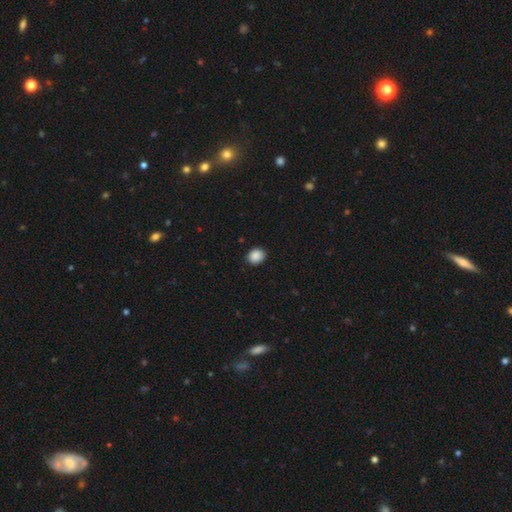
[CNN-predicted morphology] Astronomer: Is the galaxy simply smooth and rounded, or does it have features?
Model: smooth — 89%.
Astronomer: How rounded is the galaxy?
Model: round — 58% (runner-up: in between, 41%).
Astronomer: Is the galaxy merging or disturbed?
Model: none — 89%.